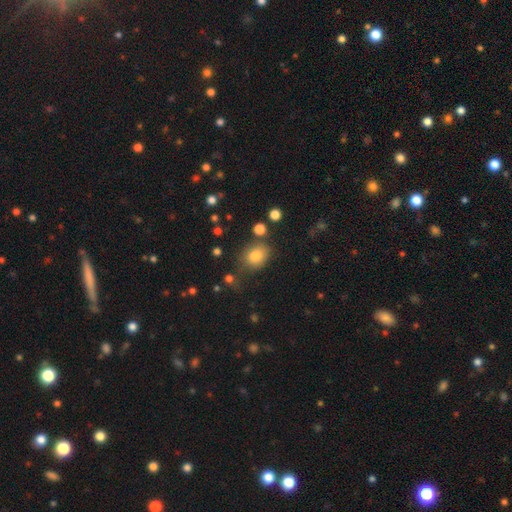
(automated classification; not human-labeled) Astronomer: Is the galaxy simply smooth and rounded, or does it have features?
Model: smooth — 81%.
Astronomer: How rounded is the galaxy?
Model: in between — 54% (runner-up: round, 45%).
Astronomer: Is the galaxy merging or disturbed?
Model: none — 69%.